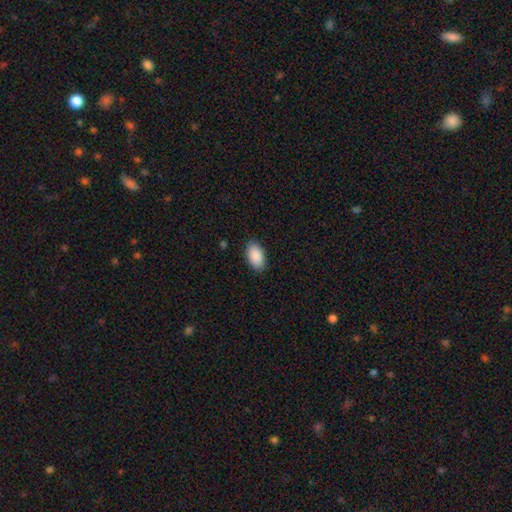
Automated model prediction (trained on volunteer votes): A smooth galaxy with no disk features (91%) that is in between round and cigar-shaped (95%). Merging: none (88%).